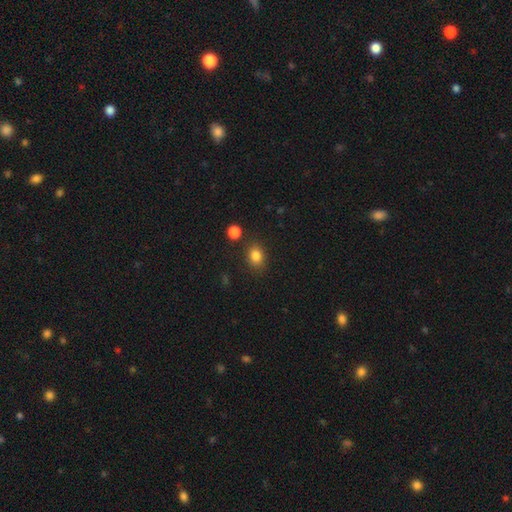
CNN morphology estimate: This is clearly a smooth galaxy (83%). How rounded: possibly in between (58%). Merging: clearly none (82%).